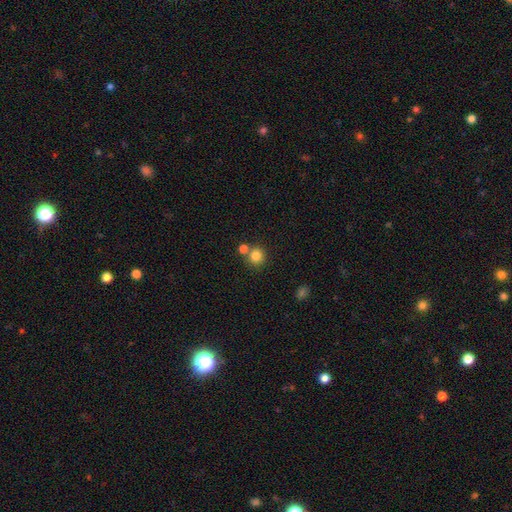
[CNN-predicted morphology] smooth_or_featured: smooth (p=0.83) [alt: star or artifact p=0.11]
how_rounded: round (p=0.90) [alt: in between p=0.09]
merging: none (p=0.68) [alt: merger p=0.22]